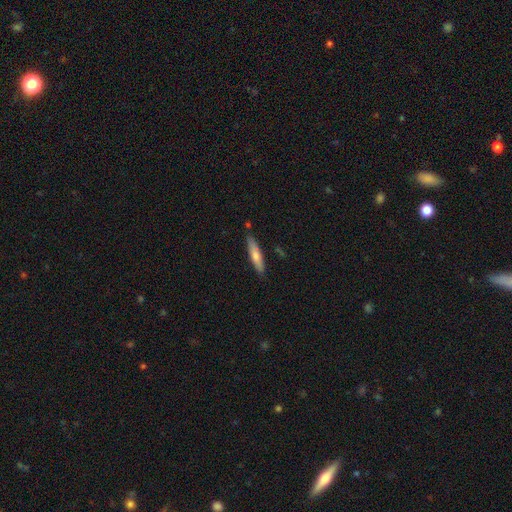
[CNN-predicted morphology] A smooth galaxy with no disk features (66%) that is cigar-shaped (79%).

Vote fractions:
- Smooth or featured? smooth: 66% / featured or disk: 29% / star or artifact: 6%
- How rounded? cigar-shaped: 79% / in between: 19% / round: 2%
- Merging? none: 82% / minor disturbance: 13% / merger: 3% / major disturbance: 2%